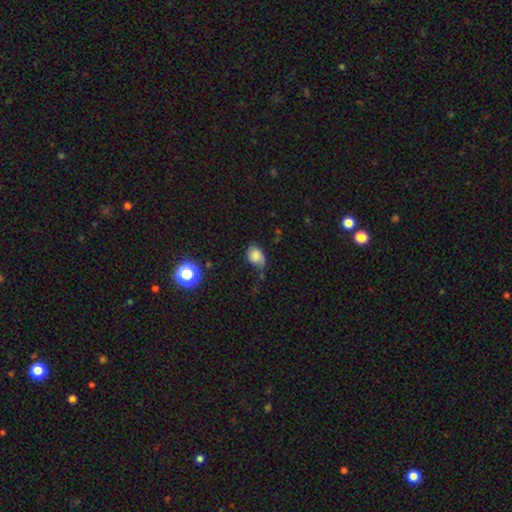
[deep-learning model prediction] A smooth galaxy with no disk features (71%) that is in between round and cigar-shaped (75%).

Vote fractions:
- Smooth or featured? smooth: 71% / featured or disk: 17% / star or artifact: 11%
- How rounded? in between: 75% / round: 24% / cigar-shaped: 1%
- Merging? none: 56% / minor disturbance: 33% / major disturbance: 8% / merger: 3%